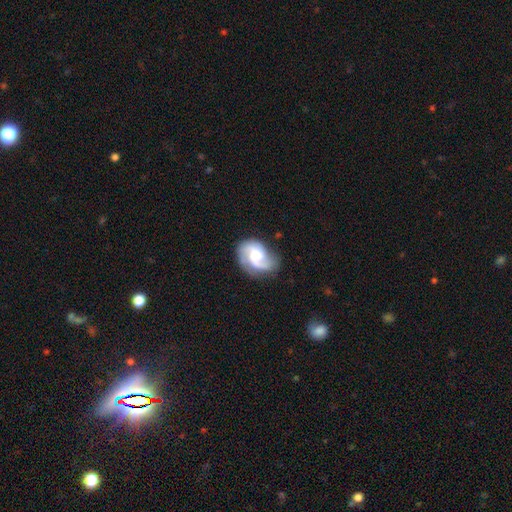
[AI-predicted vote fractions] Morphology: type=featured or disk (78%); edge-on=no (98%); bar=no (52%); spiral arms=yes (95%); winding=medium (48%); arm count=2 (62%); bulge=moderate (38%); merging=none (64%).